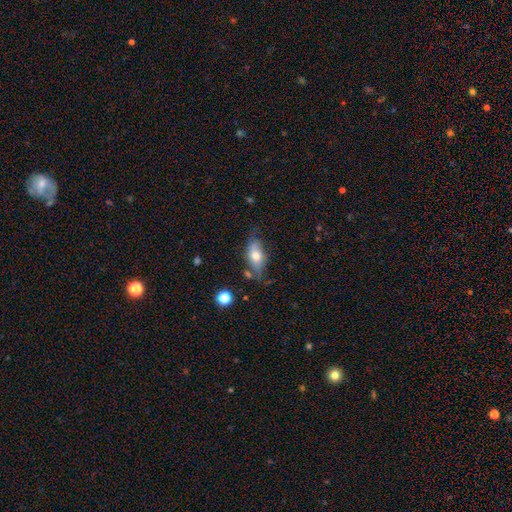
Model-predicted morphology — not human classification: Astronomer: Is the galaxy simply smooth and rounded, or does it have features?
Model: smooth — 61%.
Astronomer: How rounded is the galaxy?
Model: in between — 84%.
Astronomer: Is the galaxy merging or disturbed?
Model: none — 59%.